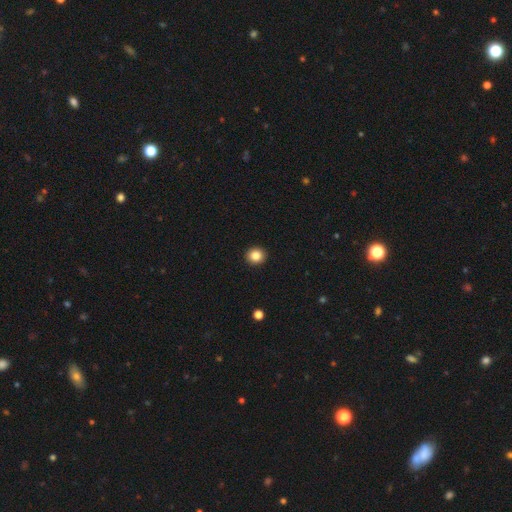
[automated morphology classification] type=smooth (85%); roundness=round (90%); merging=none (94%).